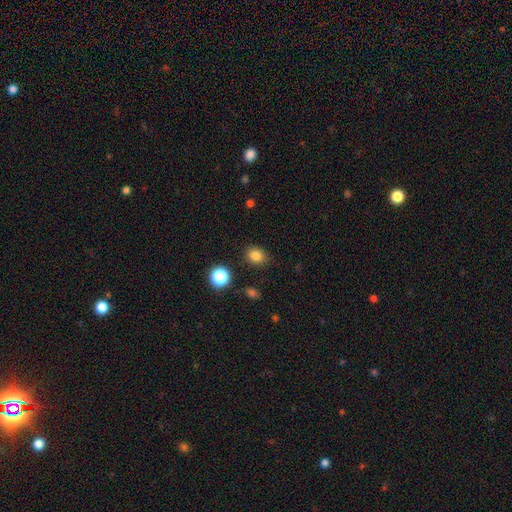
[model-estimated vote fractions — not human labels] This is clearly a smooth galaxy (82%). How rounded: possibly round (53%). Merging: clearly none (86%).